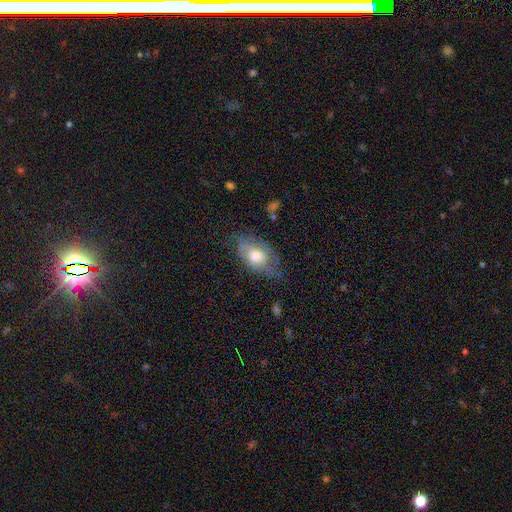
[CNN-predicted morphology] smooth 61%, featured or disk 32%, star or artifact 7%. Down the decision tree: how rounded — in between (89%); merging — none (55%).